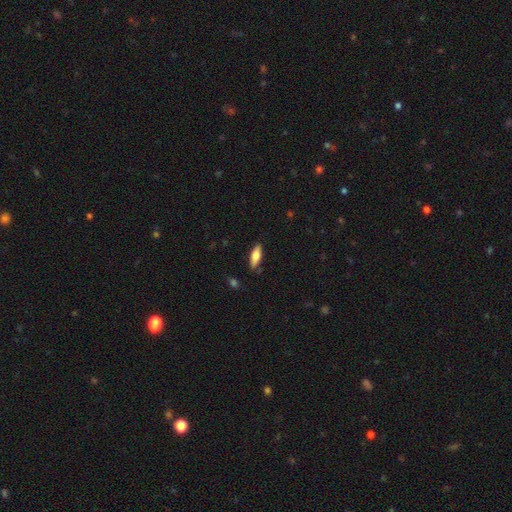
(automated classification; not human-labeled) Overall: smooth (73%). How rounded: in between (60%; cigar-shaped 38%). Merging: none (82%).